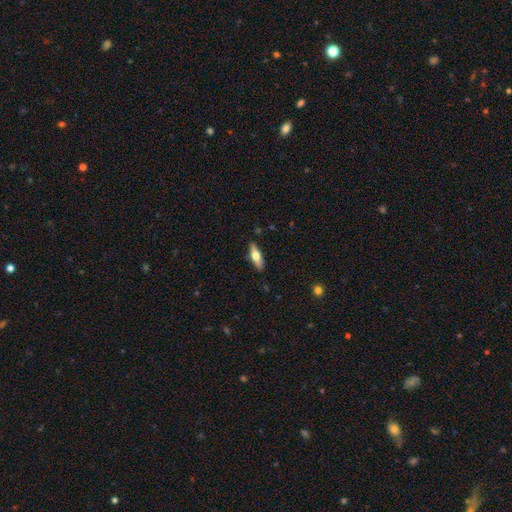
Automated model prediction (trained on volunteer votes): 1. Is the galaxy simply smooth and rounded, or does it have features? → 54% smooth, 40% featured or disk, 6% star or artifact.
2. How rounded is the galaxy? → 50% in between, 47% cigar-shaped, 3% round.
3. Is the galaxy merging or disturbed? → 88% none, 9% minor disturbance, 2% major disturbance, 1% merger.